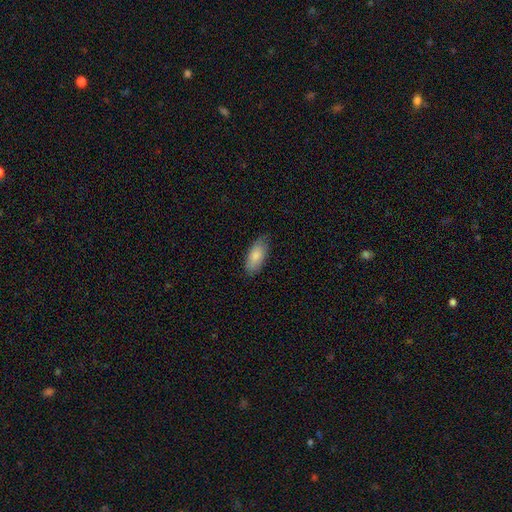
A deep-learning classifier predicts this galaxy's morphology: smooth-or-featured: smooth: 85% | featured or disk: 9% | star or artifact: 6%
  how-rounded: in between: 86% | cigar-shaped: 12% | round: 2%
  merging: none: 79% | minor disturbance: 17% | major disturbance: 3% | merger: 1%